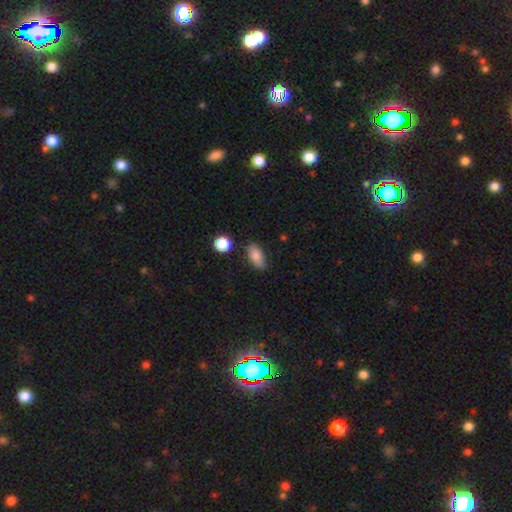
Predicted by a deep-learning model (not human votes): Morphology: type=smooth (78%); roundness=in between (85%); merging=none (74%).